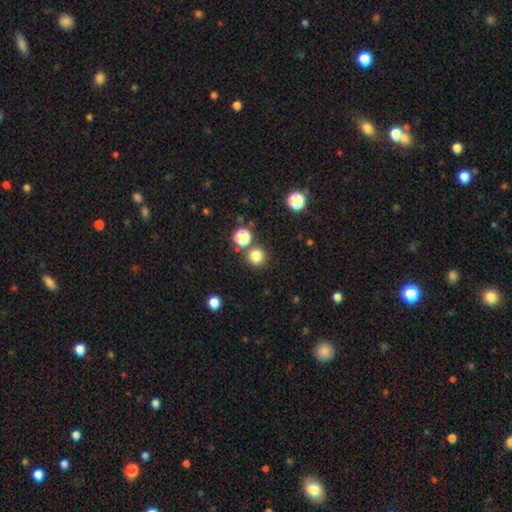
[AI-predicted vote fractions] Morphology: type=smooth (80%); roundness=round (93%); merging=none (83%).